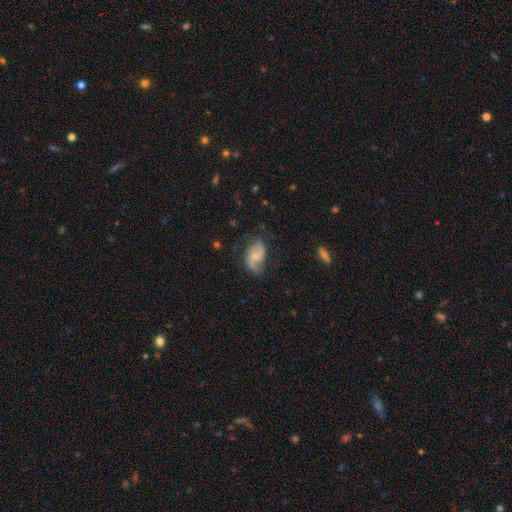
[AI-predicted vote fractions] This is likely a featured or disk galaxy (69%). It is clearly not viewed edge-on (97%). Bar: likely no (61%). Spiral arm pattern: clearly yes (91%). Spiral arm count: clearly 2 (86%). Spiral winding: possibly loose (46%). Central bulge: possibly small (49%). Merging: likely none (67%).